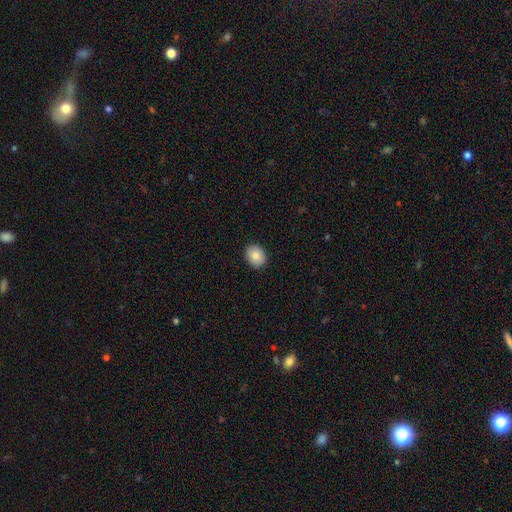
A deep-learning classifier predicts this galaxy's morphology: Smooth or featured: smooth — 86% (star or artifact — 8%)
How rounded: in between — 50% (round — 49%)
Merging: none — 90% (minor disturbance — 7%)